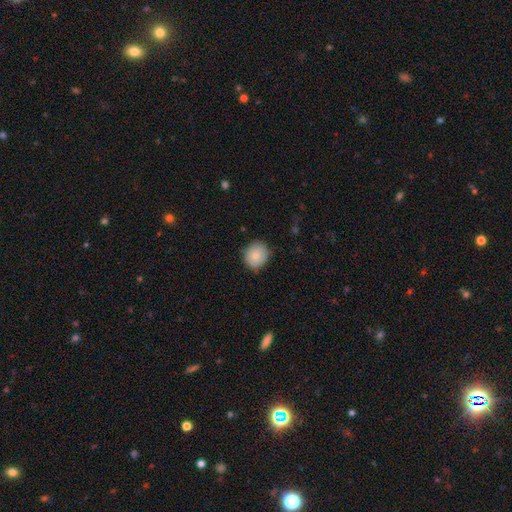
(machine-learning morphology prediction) smooth-or-featured: smooth: 80% | featured or disk: 12% | star or artifact: 8%
  how-rounded: round: 79% | in between: 20% | cigar-shaped: 1%
  merging: none: 79% | minor disturbance: 17% | major disturbance: 3% | merger: 1%